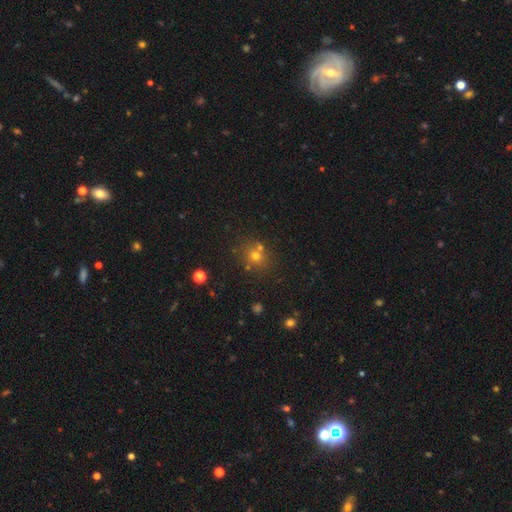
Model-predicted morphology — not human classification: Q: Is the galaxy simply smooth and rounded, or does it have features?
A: smooth — 65%.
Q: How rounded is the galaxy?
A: round — 82%.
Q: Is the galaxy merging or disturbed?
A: none — 66%.